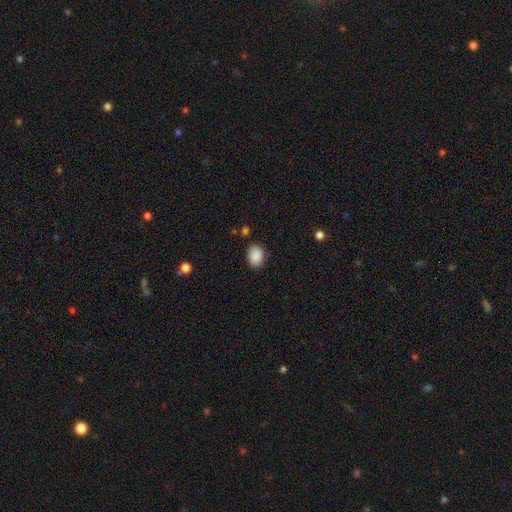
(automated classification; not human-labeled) Smooth or featured? Predicted: smooth (p=0.89). How rounded? Predicted: in between (p=0.76). Merging? Predicted: none (p=0.80).